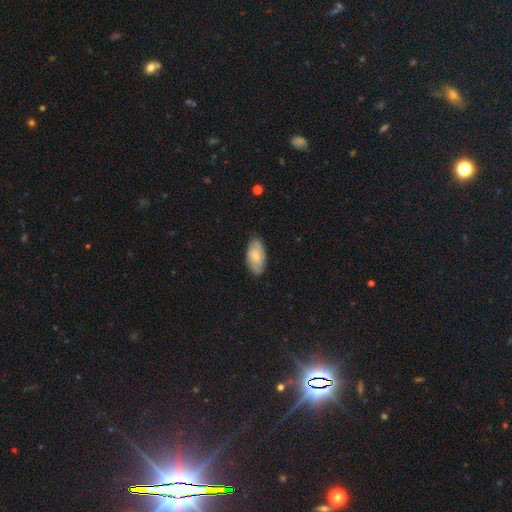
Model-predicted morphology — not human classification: smooth 50%, featured or disk 44%, star or artifact 6%. Down the decision tree: how rounded — in between (93%); merging — none (79%).